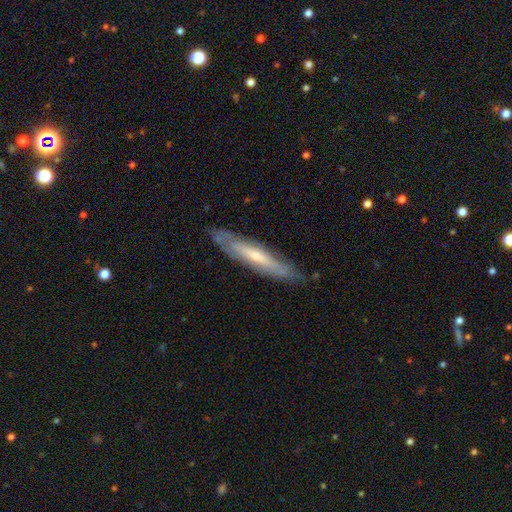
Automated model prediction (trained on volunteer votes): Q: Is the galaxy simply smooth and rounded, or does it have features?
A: featured or disk — 56%.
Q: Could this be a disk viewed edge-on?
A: yes — 71%.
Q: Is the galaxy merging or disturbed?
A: none — 81%.